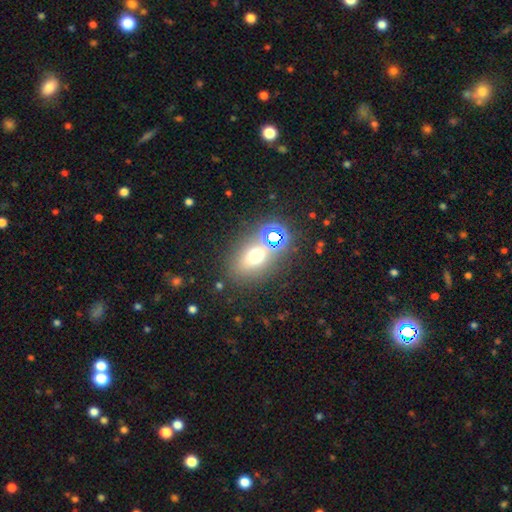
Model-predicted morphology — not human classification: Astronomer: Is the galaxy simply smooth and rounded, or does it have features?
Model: smooth — 55%.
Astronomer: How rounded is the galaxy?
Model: in between — 53% (runner-up: round, 45%).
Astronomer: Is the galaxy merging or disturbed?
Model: none — 66%.